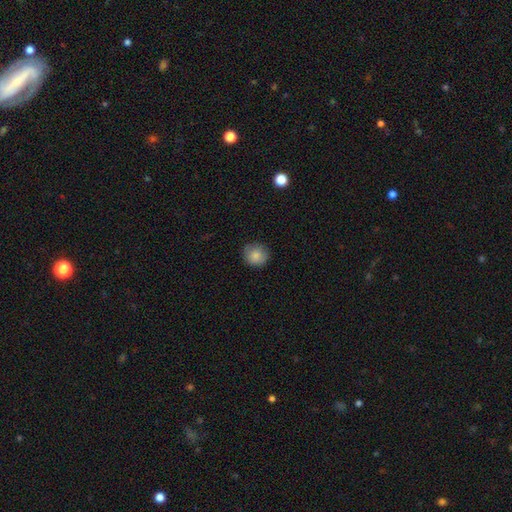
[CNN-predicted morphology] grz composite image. It shows a smooth galaxy with no disk features (85%) that is round (91%). Merging: none (86%).